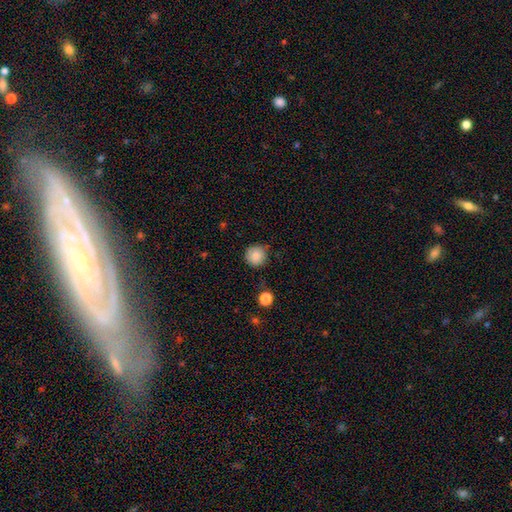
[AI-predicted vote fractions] This appears to be a smooth galaxy with no disk features (86%) that is round (94%). Merging: none (85%).